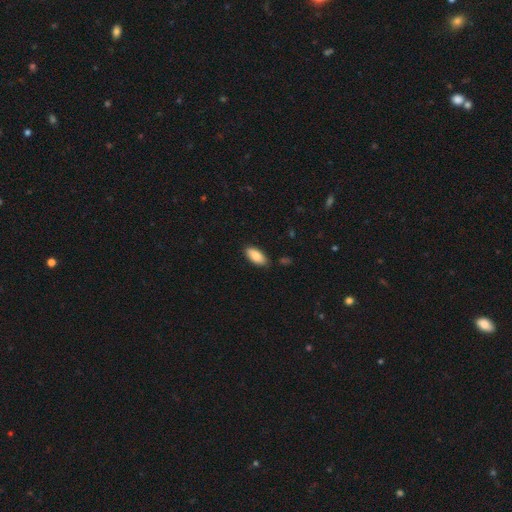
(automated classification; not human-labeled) This is clearly a smooth galaxy (86%). How rounded: clearly in between (90%). Merging: clearly none (84%).